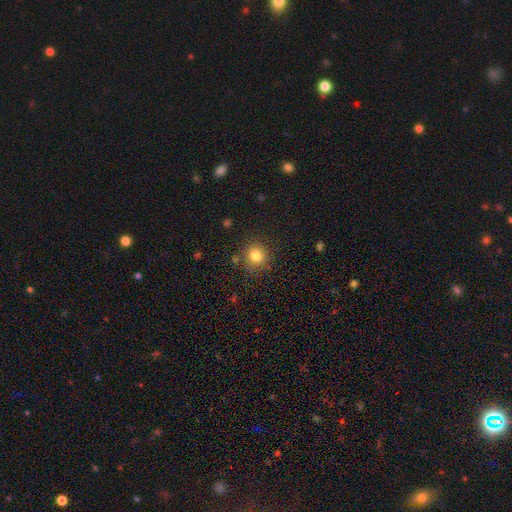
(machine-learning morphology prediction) type=smooth (82%); roundness=round (89%); merging=none (84%).